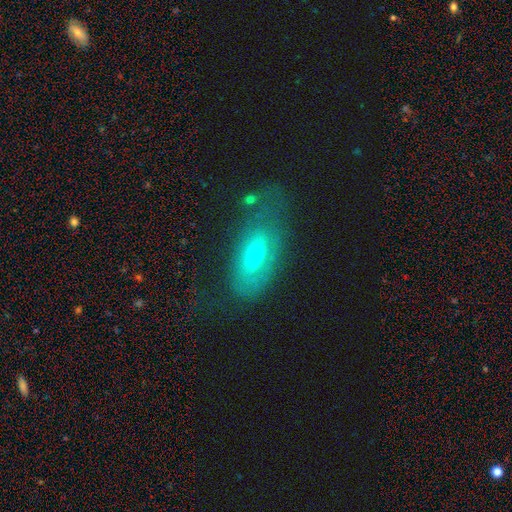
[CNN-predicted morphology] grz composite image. It shows a smooth galaxy with no disk features (45%). Merging: none (48%).